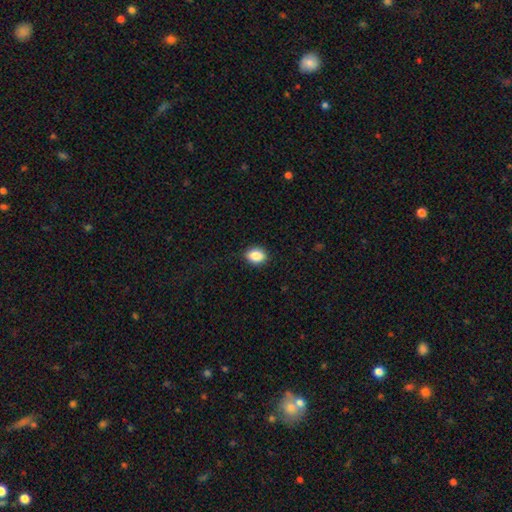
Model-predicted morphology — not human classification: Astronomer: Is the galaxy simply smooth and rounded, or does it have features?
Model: smooth — 87%.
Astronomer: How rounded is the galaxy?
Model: in between — 69%.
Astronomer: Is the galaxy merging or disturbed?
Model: none — 88%.